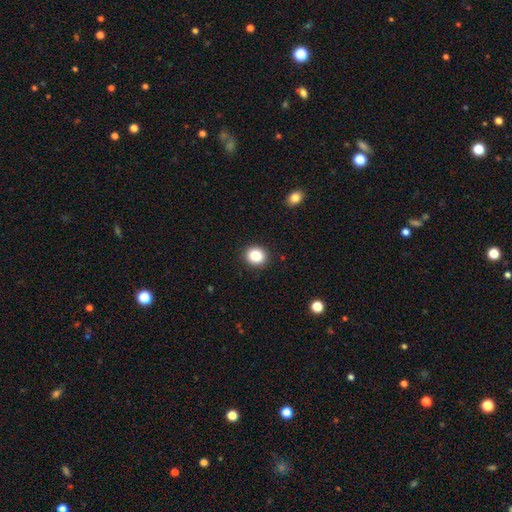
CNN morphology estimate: smooth-or-featured: smooth: 84% | star or artifact: 10% | featured or disk: 6%
  how-rounded: round: 79% | in between: 20% | cigar-shaped: 1%
  merging: none: 91% | minor disturbance: 6% | major disturbance: 2% | merger: 1%